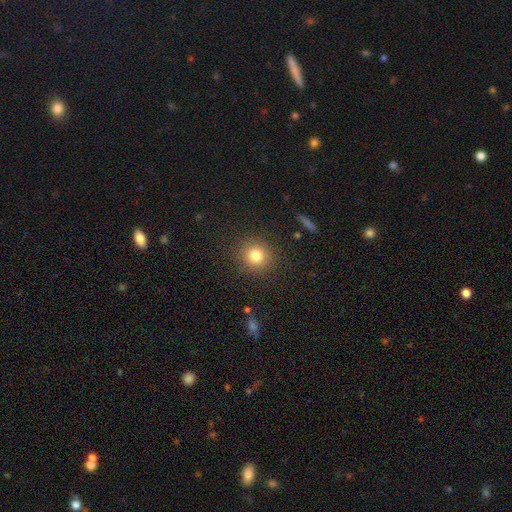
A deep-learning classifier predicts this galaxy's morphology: Smooth or featured: smooth — 80% (star or artifact — 13%)
How rounded: round — 90% (in between — 9%)
Merging: none — 89% (minor disturbance — 7%)